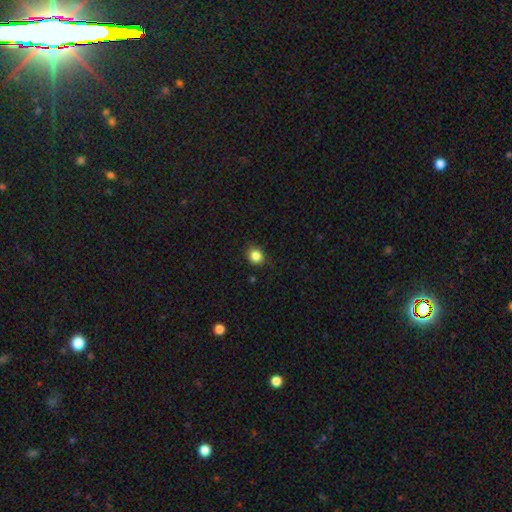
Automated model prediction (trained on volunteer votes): This is clearly a smooth galaxy (85%). How rounded: likely round (76%). Merging: clearly none (88%).